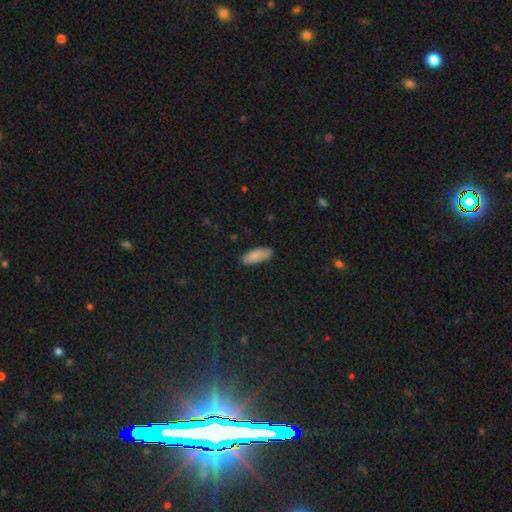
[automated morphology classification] Overall: smooth (87%). How rounded: in between (74%). Merging: none (85%).